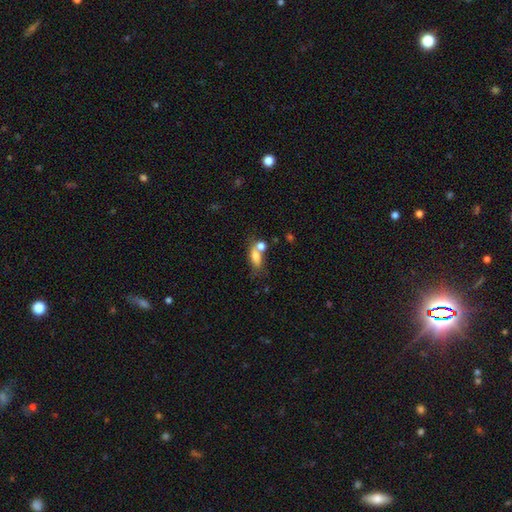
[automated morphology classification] smooth_or_featured: smooth (p=0.72) [alt: featured or disk p=0.17]
how_rounded: in between (p=0.71) [alt: cigar-shaped p=0.16]
merging: merger (p=0.40) [alt: none p=0.38]